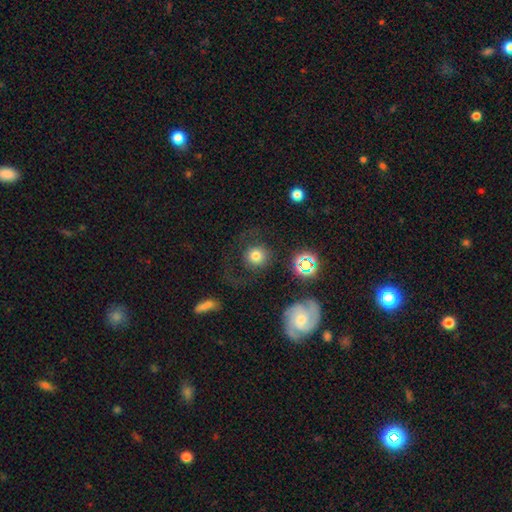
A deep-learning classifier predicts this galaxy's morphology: smooth_or_featured: smooth (p=0.68) [alt: featured or disk p=0.18]
how_rounded: round (p=0.90) [alt: in between p=0.09]
merging: none (p=0.64) [alt: major disturbance p=0.19]